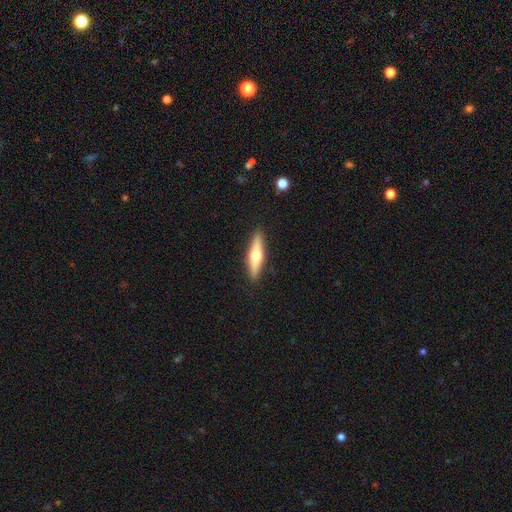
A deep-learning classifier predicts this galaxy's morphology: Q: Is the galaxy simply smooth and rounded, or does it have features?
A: featured or disk — 52%.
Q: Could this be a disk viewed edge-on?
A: yes — 94%.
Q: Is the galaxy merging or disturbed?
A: none — 90%.